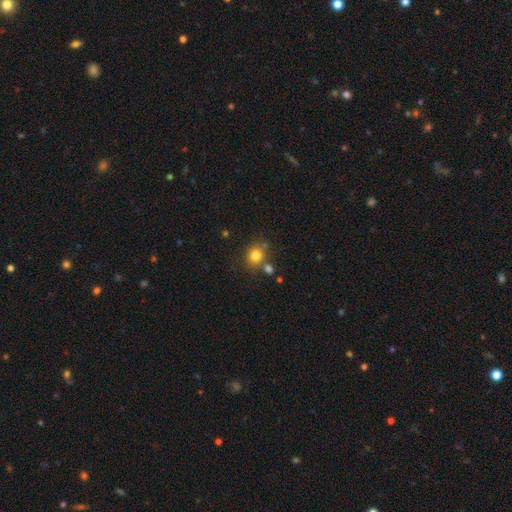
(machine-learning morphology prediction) Overall: smooth (79%). How rounded: round (75%). Merging: none (71%).